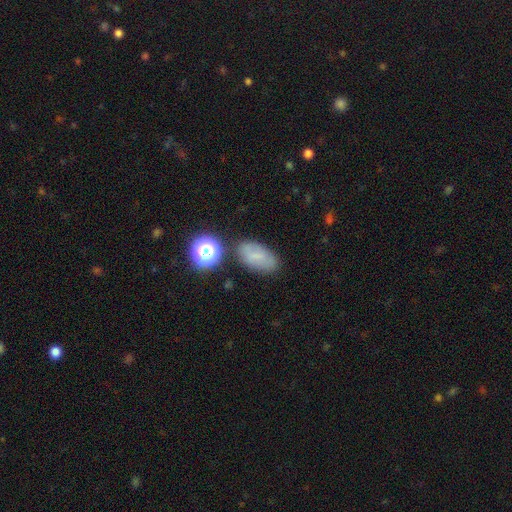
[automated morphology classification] type=smooth (66%); roundness=in between (86%); merging=none (71%).